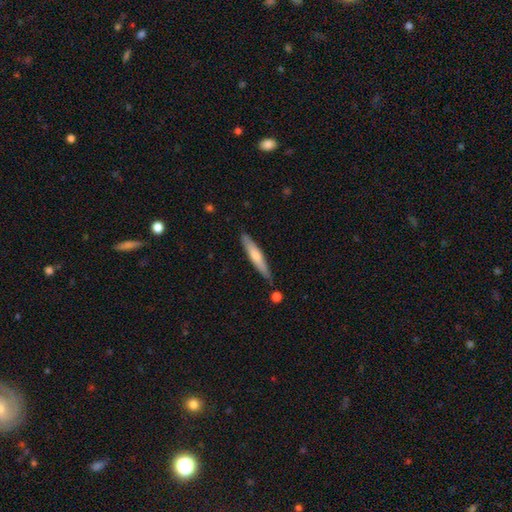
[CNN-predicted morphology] smooth_or_featured: smooth (p=0.62) [alt: featured or disk p=0.33]
how_rounded: cigar-shaped (p=0.92) [alt: in between p=0.07]
merging: none (p=0.82) [alt: minor disturbance p=0.13]